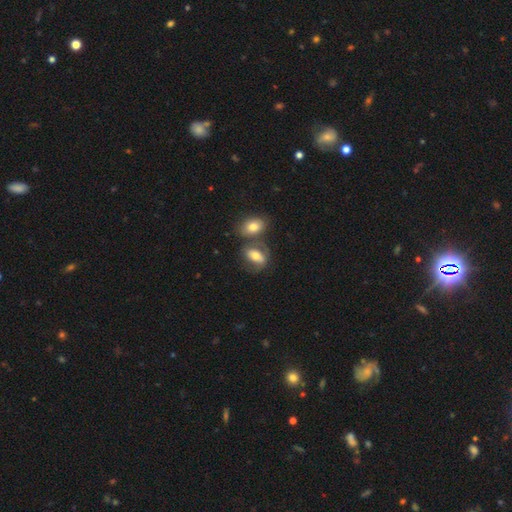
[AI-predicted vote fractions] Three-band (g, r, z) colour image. It shows a smooth galaxy with no disk features (61%) that is in between round and cigar-shaped (82%). Merging: none (44%).